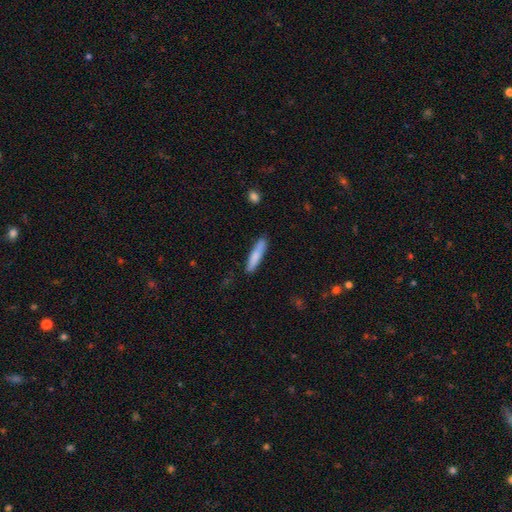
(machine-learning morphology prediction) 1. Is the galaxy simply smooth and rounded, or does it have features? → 79% smooth, 16% featured or disk, 6% star or artifact.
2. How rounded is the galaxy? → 85% cigar-shaped, 13% in between, 1% round.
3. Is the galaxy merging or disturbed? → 85% none, 11% minor disturbance, 2% major disturbance, 2% merger.